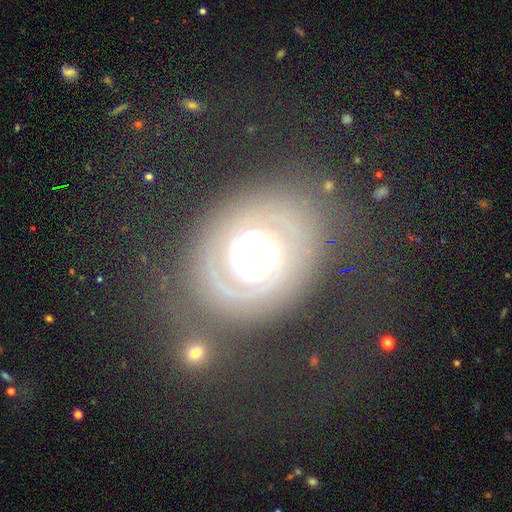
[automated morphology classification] Smooth or featured?
  - featured or disk: 71% *
  - smooth: 16%
  - star or artifact: 13%
Edge-on disk?
  - no: 95% *
  - yes: 5%
Bar?
  - no: 83% *
  - weak: 11%
  - strong: 5%
Spiral arms?
  - yes: 69% *
  - no: 31%
Bulge size?
  - large: 44% *
  - moderate: 40%
  - dominant: 10%
  - small: 4%
  - none: 2%
Merging?
  - none: 76% *
  - minor disturbance: 13%
  - major disturbance: 9%
  - merger: 2%